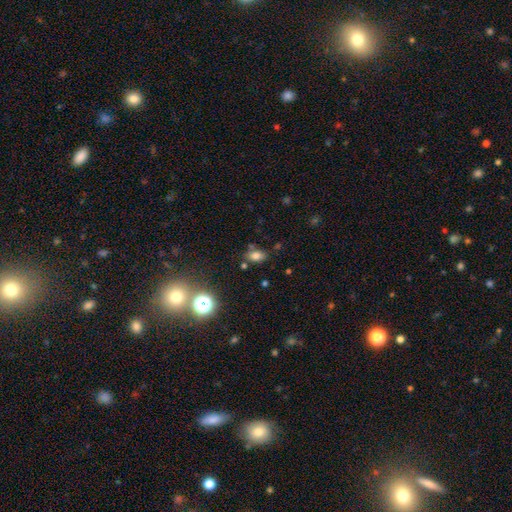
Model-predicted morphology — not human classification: smooth_or_featured: smooth (p=0.74) [alt: star or artifact p=0.16]
how_rounded: in between (p=0.83) [alt: round p=0.15]
merging: none (p=0.72) [alt: minor disturbance p=0.16]